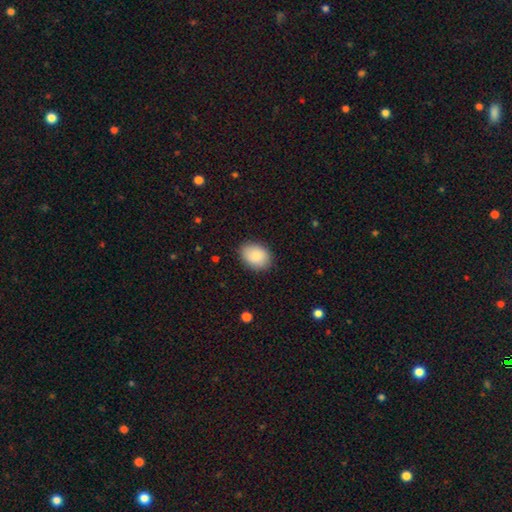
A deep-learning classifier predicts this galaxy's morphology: Q: Smooth or featured?
A: smooth (88%); runner-up: star or artifact (6%)
Q: How rounded?
A: in between (75%); runner-up: round (24%)
Q: Merging?
A: none (85%); runner-up: minor disturbance (11%)